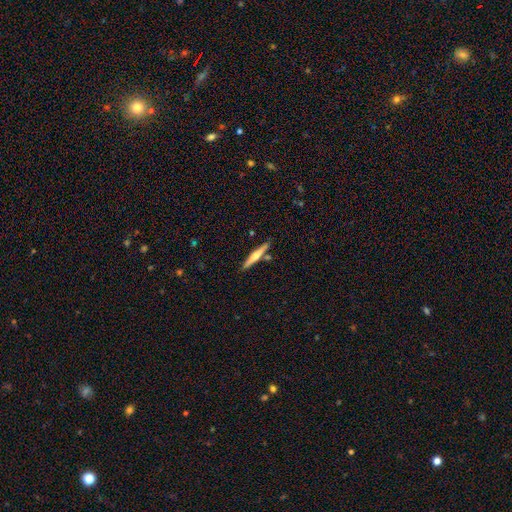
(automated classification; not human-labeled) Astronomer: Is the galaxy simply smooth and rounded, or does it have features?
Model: featured or disk — 51% (runner-up: smooth, 43%).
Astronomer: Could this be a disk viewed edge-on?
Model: yes — 97%.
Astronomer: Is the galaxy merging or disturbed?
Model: none — 84%.